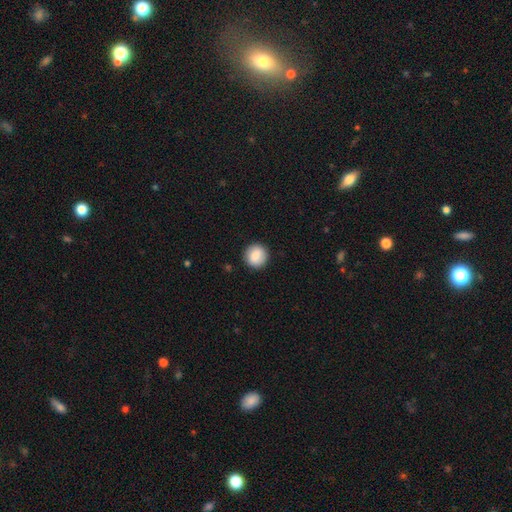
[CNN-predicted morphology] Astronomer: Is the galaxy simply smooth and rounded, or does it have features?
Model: smooth — 85%.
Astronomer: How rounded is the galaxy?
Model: round — 91%.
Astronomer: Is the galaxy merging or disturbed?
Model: none — 90%.